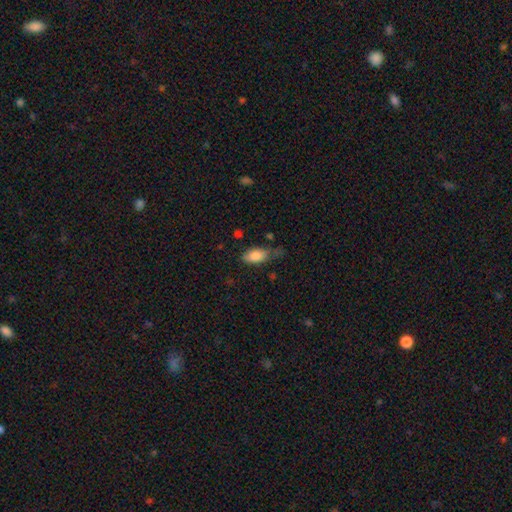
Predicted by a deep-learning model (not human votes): Smooth or featured? Predicted: smooth (p=0.82). How rounded? Predicted: in between (p=0.89). Merging? Predicted: none (p=0.45).